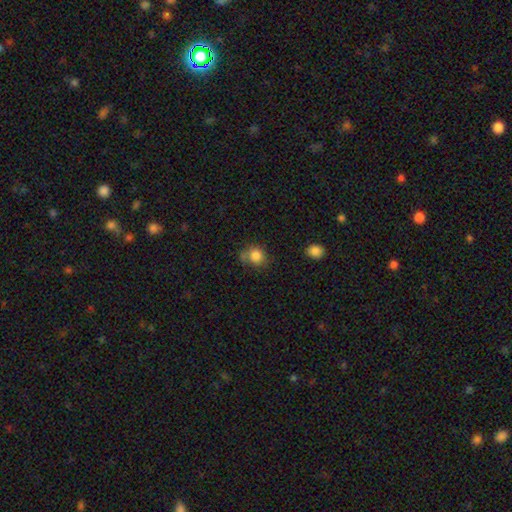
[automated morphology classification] The model was most divided on "merging": none: 63%, minor disturbance: 22%, merger: 9%, major disturbance: 6%. More confident: smooth or featured — smooth (83%); how rounded — round (78%).